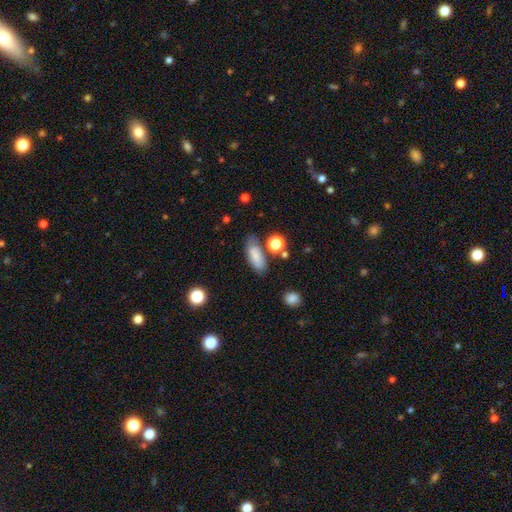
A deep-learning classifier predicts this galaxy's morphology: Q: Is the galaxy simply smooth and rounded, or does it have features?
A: smooth — 78%.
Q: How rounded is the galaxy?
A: in between — 75%.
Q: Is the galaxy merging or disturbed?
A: none — 69%.